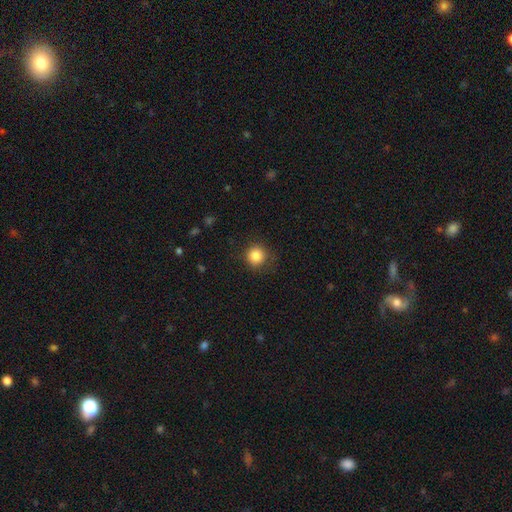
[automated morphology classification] smooth-or-featured: smooth: 84% | star or artifact: 11% | featured or disk: 5%
  how-rounded: round: 93% | in between: 6% | cigar-shaped: 1%
  merging: none: 86% | minor disturbance: 10% | major disturbance: 3% | merger: 1%